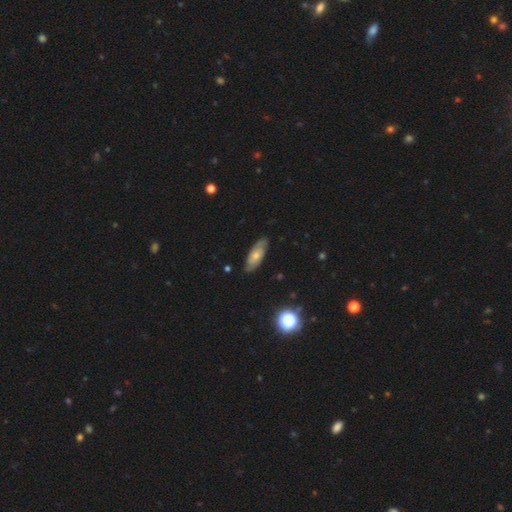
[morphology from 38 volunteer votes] featured or disk 55%, smooth 37%, star or artifact 8%. Down the decision tree: edge-on disk — no (71%); bar — no (87%); spiral arms — yes (87%); spiral arm count — 2 (69%); spiral winding — tight (54%); bulge size — small (53%); merging — none (74%).